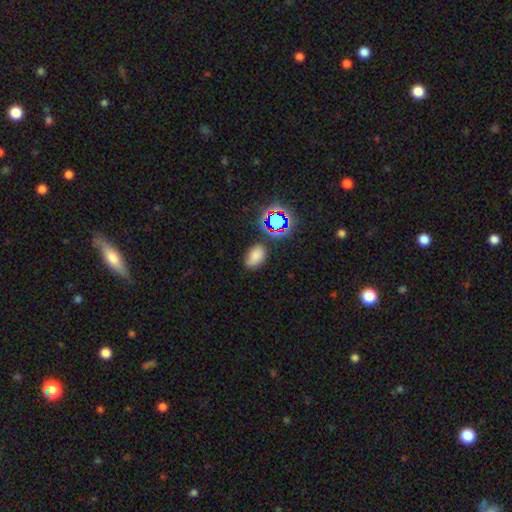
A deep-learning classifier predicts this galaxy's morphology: smooth-or-featured: smooth: 73% | star or artifact: 19% | featured or disk: 7%
  how-rounded: in between: 87% | round: 11% | cigar-shaped: 1%
  merging: none: 77% | minor disturbance: 16% | major disturbance: 4% | merger: 4%